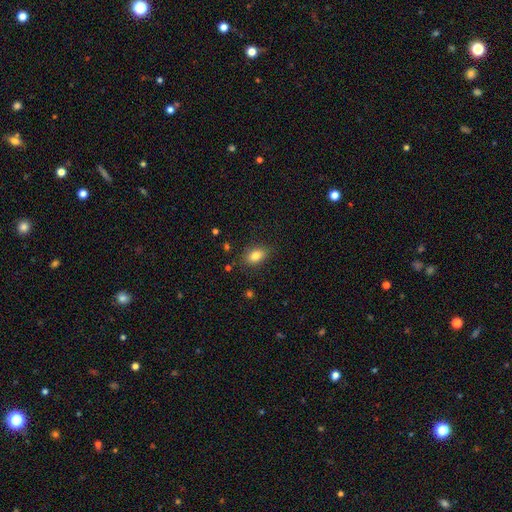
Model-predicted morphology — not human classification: Q: Smooth or featured?
A: smooth (82%); runner-up: star or artifact (9%)
Q: How rounded?
A: in between (84%); runner-up: round (13%)
Q: Merging?
A: none (85%); runner-up: minor disturbance (11%)